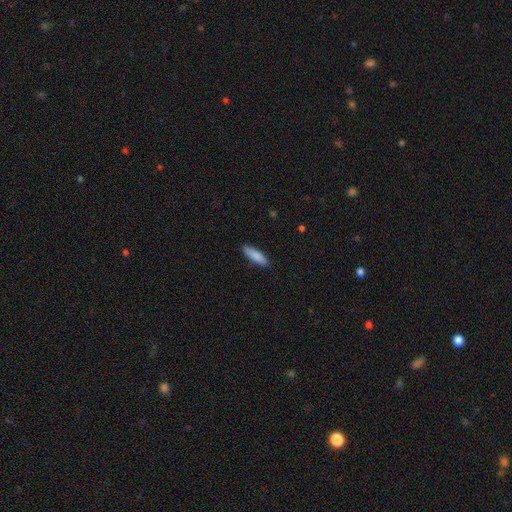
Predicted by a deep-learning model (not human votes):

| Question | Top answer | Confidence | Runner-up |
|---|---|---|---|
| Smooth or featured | smooth | 86% | featured or disk (9%) |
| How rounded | cigar-shaped | 64% | in between (35%) |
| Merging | none | 88% | minor disturbance (9%) |